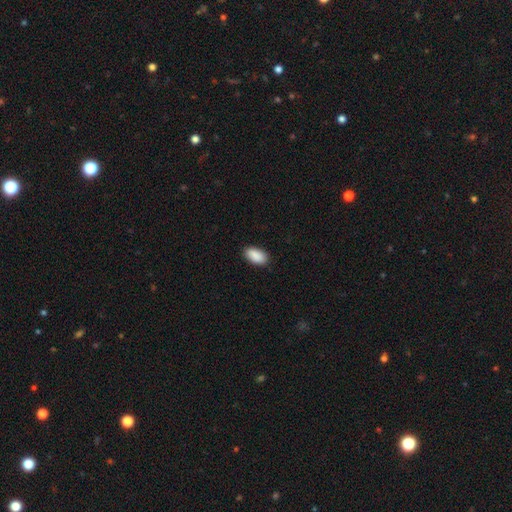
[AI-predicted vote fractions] This appears to be a smooth galaxy with no disk features (90%) that is in between round and cigar-shaped (94%). Merging: none (87%).